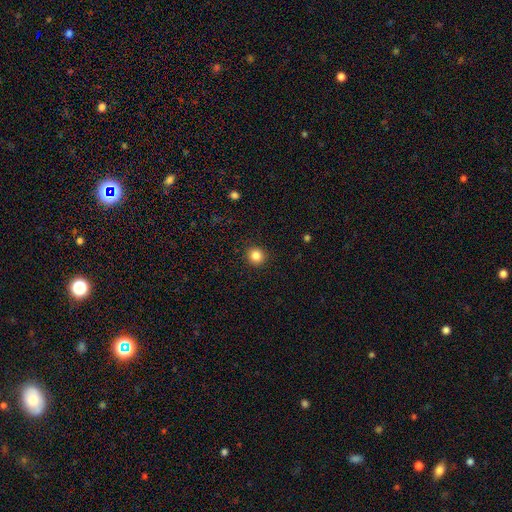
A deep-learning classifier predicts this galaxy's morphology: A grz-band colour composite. It shows a smooth galaxy with no disk features (85%) that is round (92%). Merging: none (92%).